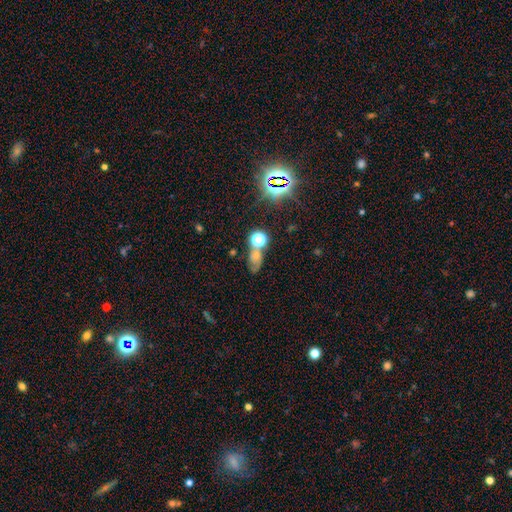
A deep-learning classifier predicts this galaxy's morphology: A smooth galaxy with no disk features (49%).

Vote fractions:
- Smooth or featured? smooth: 49% / star or artifact: 31% / featured or disk: 19%
- Merging? none: 43% / merger: 30% / minor disturbance: 16% / major disturbance: 11%